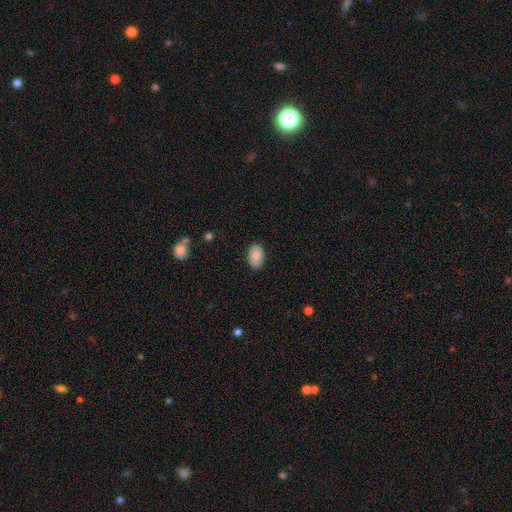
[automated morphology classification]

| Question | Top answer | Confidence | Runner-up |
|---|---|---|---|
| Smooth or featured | smooth | 83% | featured or disk (10%) |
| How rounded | in between | 89% | round (10%) |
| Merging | none | 86% | minor disturbance (11%) |